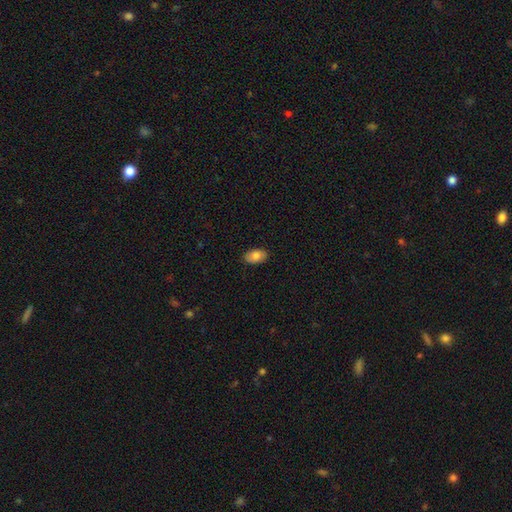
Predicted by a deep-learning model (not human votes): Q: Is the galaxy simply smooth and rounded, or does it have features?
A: smooth — 83%.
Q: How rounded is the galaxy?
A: in between — 92%.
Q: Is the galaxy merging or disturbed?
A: none — 88%.